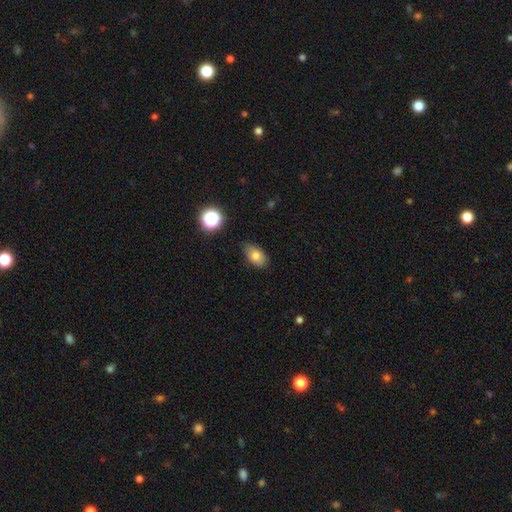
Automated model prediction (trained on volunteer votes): smooth 78%, featured or disk 11%, star or artifact 11%. Down the decision tree: how rounded — in between (87%); merging — none (78%).